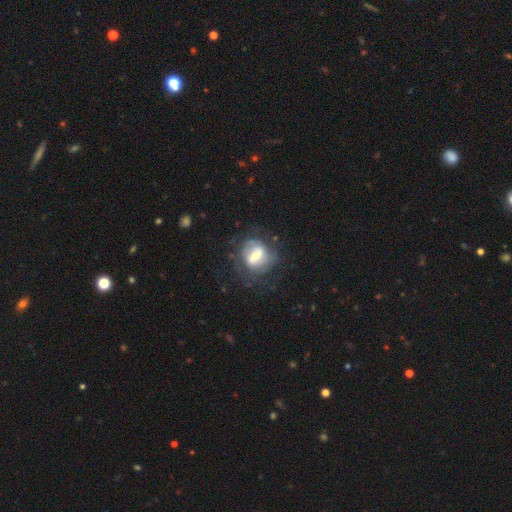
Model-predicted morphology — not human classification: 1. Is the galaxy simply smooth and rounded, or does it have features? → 63% featured or disk, 29% smooth, 8% star or artifact.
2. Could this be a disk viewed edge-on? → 95% no, 5% yes.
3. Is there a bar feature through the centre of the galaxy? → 45% weak, 36% strong, 19% no.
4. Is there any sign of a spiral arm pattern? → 65% yes, 35% no.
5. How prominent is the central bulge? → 61% moderate, 25% small, 11% large, 1% none, 1% dominant.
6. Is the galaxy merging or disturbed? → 64% none, 19% minor disturbance, 15% major disturbance, 2% merger.